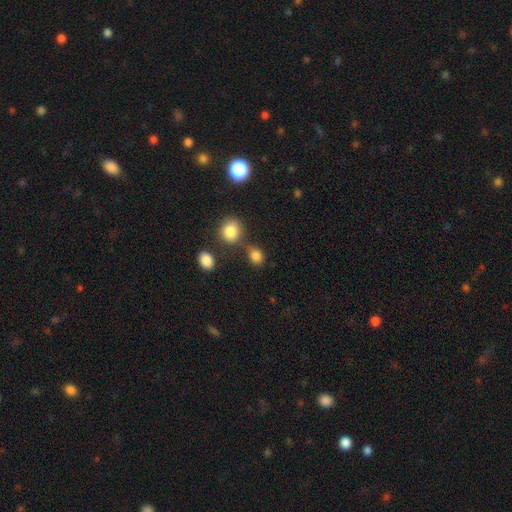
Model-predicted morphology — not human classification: Smooth or featured?
  - smooth: 83% *
  - star or artifact: 12%
  - featured or disk: 5%
How rounded?
  - round: 64% *
  - in between: 35%
  - cigar-shaped: 2%
Merging?
  - none: 59% *
  - merger: 21%
  - minor disturbance: 14%
  - major disturbance: 6%